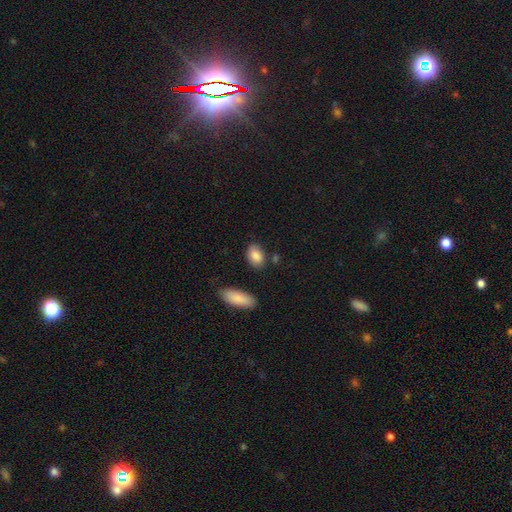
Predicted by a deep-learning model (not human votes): smooth 86%, star or artifact 7%, featured or disk 7%. Down the decision tree: how rounded — in between (88%); merging — none (77%).